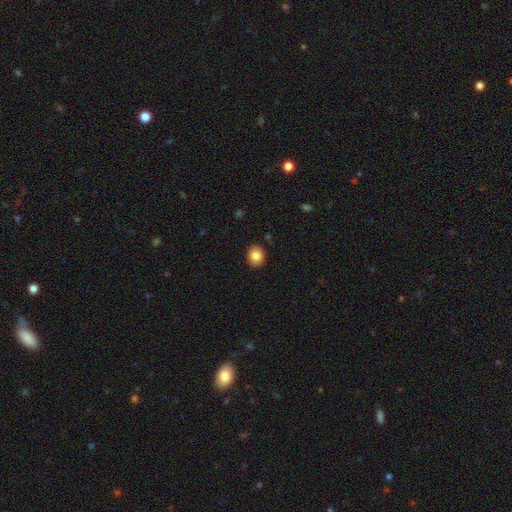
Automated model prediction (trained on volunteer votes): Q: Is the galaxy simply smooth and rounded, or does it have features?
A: smooth — 86%.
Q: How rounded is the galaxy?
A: round — 69%.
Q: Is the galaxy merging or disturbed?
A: none — 90%.